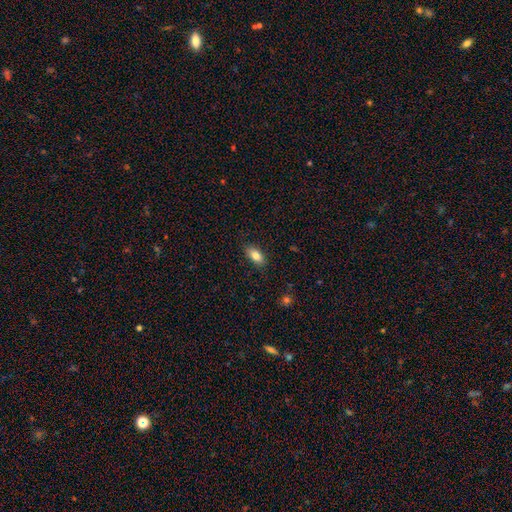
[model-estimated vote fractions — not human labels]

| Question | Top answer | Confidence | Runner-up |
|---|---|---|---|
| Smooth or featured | smooth | 82% | featured or disk (10%) |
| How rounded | in between | 88% | cigar-shaped (7%) |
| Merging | none | 87% | minor disturbance (10%) |